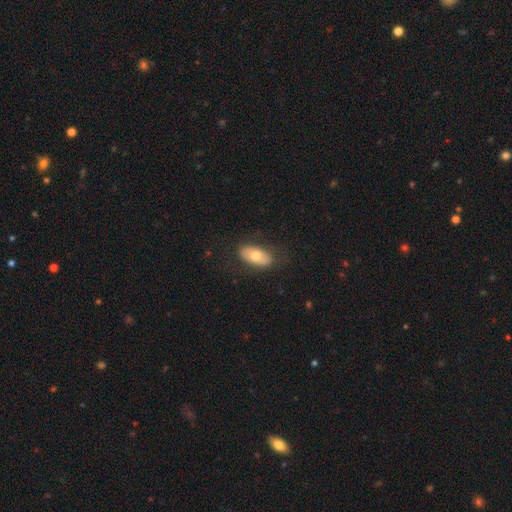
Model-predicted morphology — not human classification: Smooth or featured? smooth (64%)
How rounded? in between (92%)
Merging? none (81%)